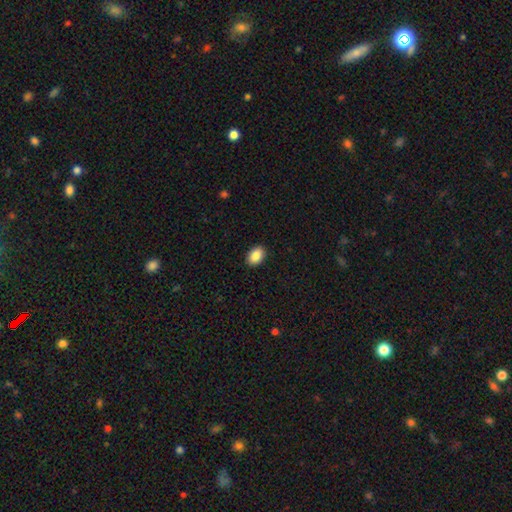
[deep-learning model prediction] Smooth or featured? smooth (88%)
How rounded? in between (86%)
Merging? none (91%)